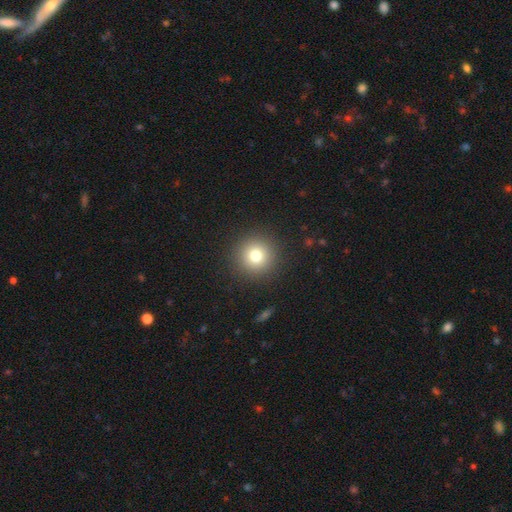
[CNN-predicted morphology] Smooth or featured? smooth (77%)
How rounded? round (95%)
Merging? none (91%)